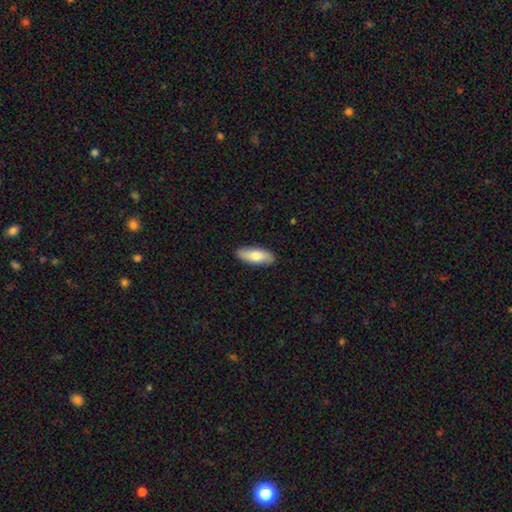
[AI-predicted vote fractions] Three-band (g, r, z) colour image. It shows a smooth galaxy with no disk features (75%) that is in between round and cigar-shaped (72%). Merging: none (90%).